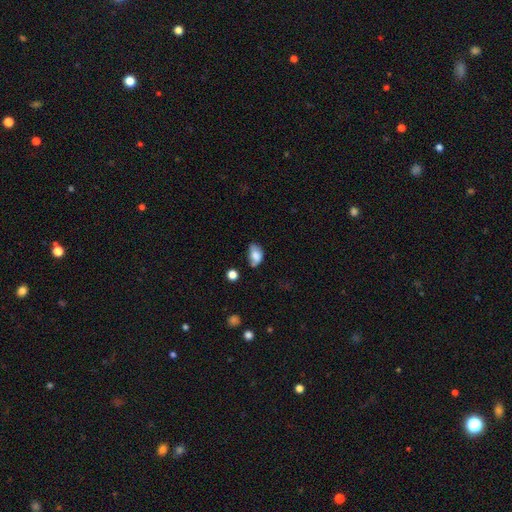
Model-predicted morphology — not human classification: Q: Smooth or featured?
A: smooth (72%); runner-up: featured or disk (19%)
Q: How rounded?
A: in between (85%); runner-up: round (13%)
Q: Merging?
A: minor disturbance (39%); runner-up: none (35%)